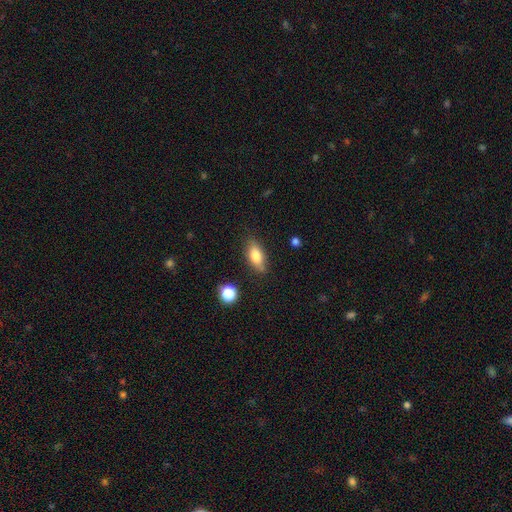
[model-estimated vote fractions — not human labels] smooth 77%, featured or disk 15%, star or artifact 8%. Down the decision tree: how rounded — in between (81%); merging — none (79%).